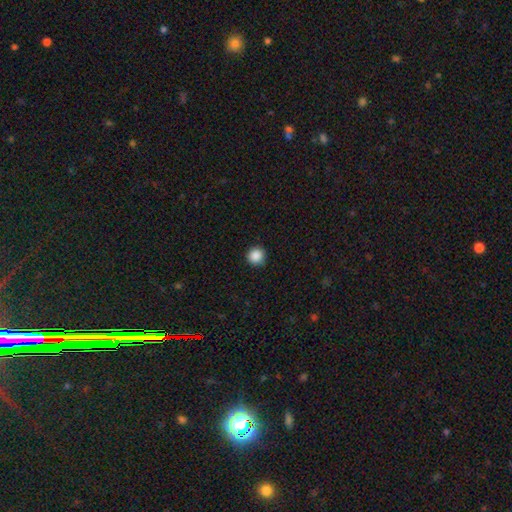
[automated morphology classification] This appears to be a smooth galaxy with no disk features (88%) that is round (95%). Merging: none (90%).